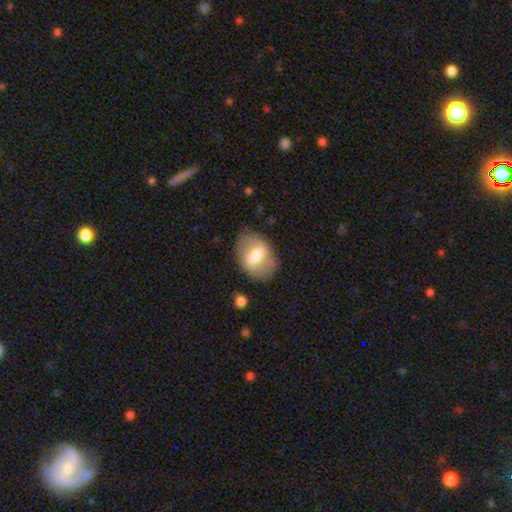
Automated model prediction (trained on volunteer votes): A featured or disk galaxy (47%). Merging: none (77%).